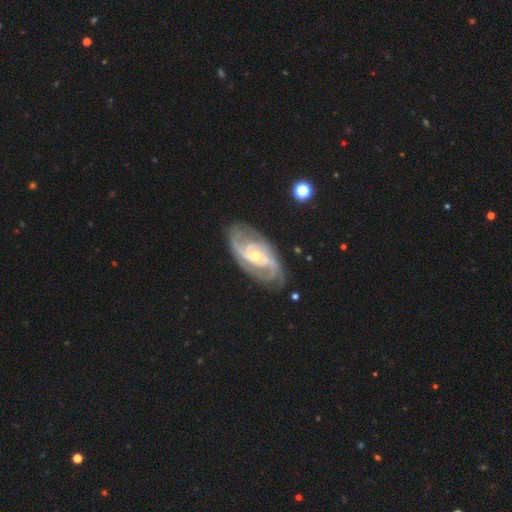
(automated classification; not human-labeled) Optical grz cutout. It shows a featured or disk galaxy (91%) with no bar (59%), 2 (38%) tight (51%) spiral arms (98%) and a small central bulge (50%). Merging: none (77%).